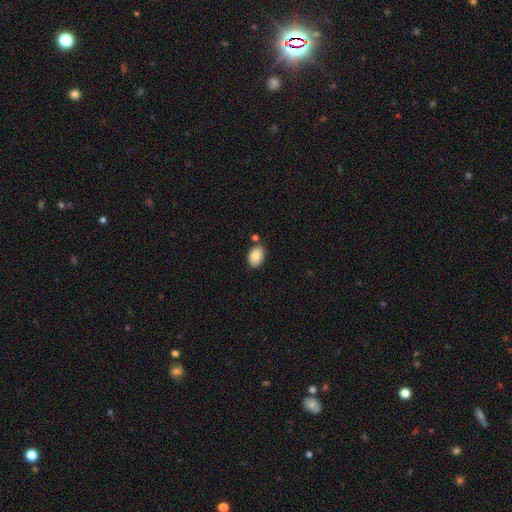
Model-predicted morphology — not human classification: The model was most divided on "merging": none: 77%, minor disturbance: 13%, merger: 7%, major disturbance: 3%. More confident: how rounded — in between (87%); smooth or featured — smooth (85%).